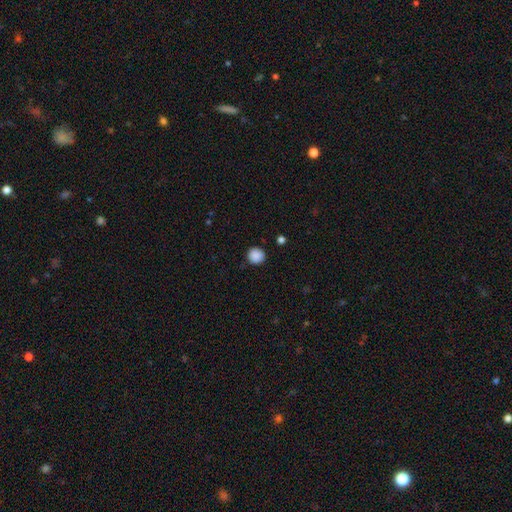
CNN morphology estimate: A smooth galaxy with no disk features (88%) that is round (92%). Merging: none (89%).